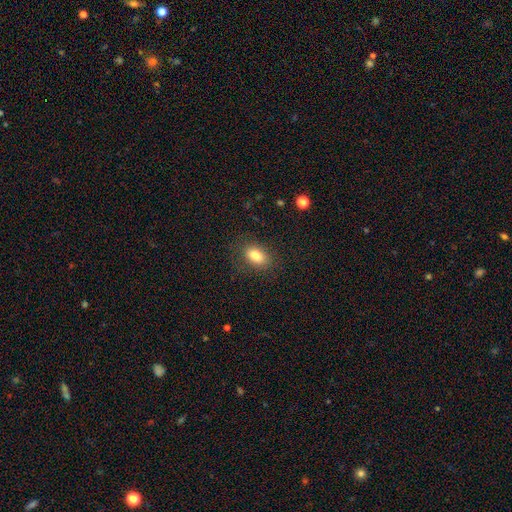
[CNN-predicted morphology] smooth_or_featured: smooth (p=0.81) [alt: featured or disk p=0.10]
how_rounded: in between (p=0.85) [alt: round p=0.13]
merging: none (p=0.84) [alt: minor disturbance p=0.11]